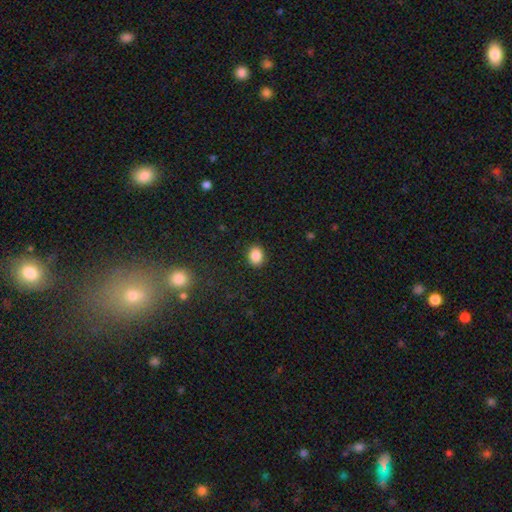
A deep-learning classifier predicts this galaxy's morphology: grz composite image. It shows a smooth galaxy with no disk features (86%) that is in between round and cigar-shaped (50%). Merging: none (90%).